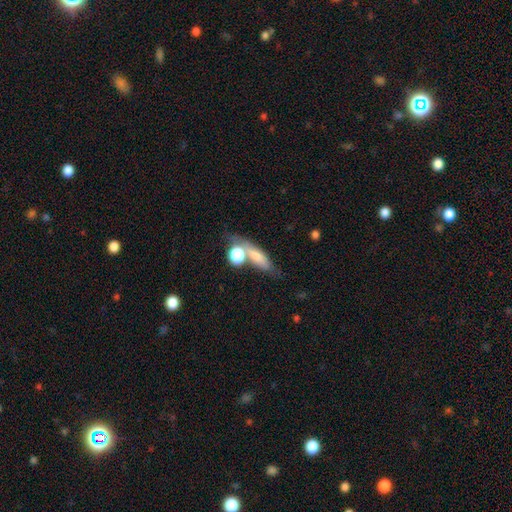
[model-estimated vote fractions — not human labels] Smooth or featured: smooth — 70% (featured or disk — 20%)
How rounded: in between — 48% (cigar-shaped — 37%)
Merging: none — 43% (merger — 31%)